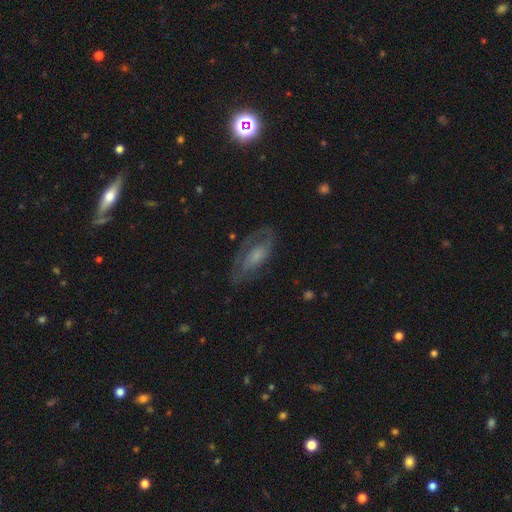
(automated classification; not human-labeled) Smooth or featured?
  - featured or disk: 61% *
  - smooth: 31%
  - star or artifact: 9%
Edge-on disk?
  - no: 89% *
  - yes: 11%
Bar?
  - no: 64% *
  - weak: 28%
  - strong: 8%
Spiral arms?
  - yes: 71% *
  - no: 29%
Bulge size?
  - small: 33% *
  - moderate: 29%
  - none: 22%
  - large: 13%
  - dominant: 2%
Merging?
  - none: 63% *
  - minor disturbance: 21%
  - major disturbance: 14%
  - merger: 2%